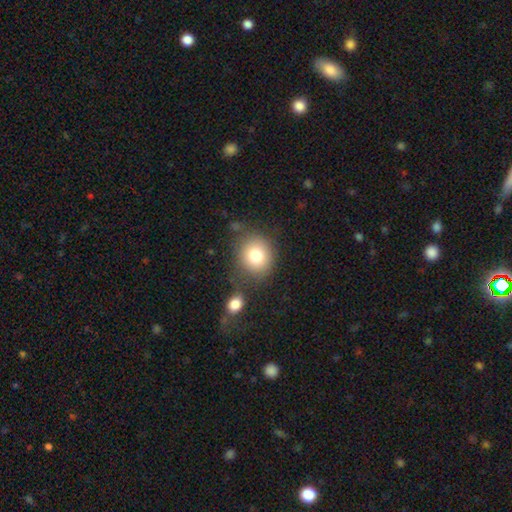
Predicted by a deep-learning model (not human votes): Smooth or featured? Predicted: smooth (p=0.80). How rounded? Predicted: round (p=0.74). Merging? Predicted: none (p=0.70).